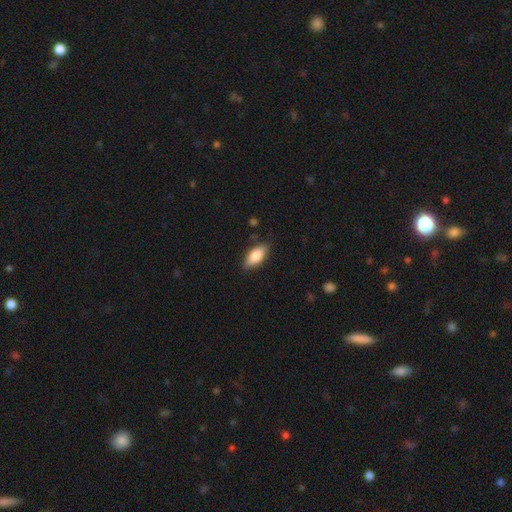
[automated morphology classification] Smooth or featured? Predicted: smooth (p=0.83). How rounded? Predicted: in between (p=0.86). Merging? Predicted: none (p=0.83).